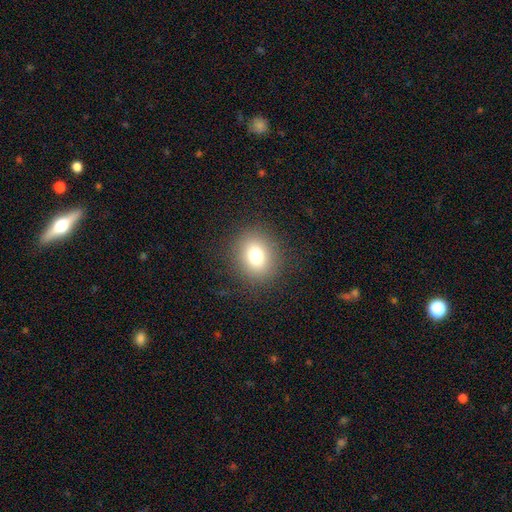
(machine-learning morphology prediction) smooth-or-featured: smooth: 76% | star or artifact: 13% | featured or disk: 10%
  how-rounded: round: 70% | in between: 30% | cigar-shaped: 1%
  merging: none: 87% | minor disturbance: 8% | major disturbance: 4% | merger: 1%